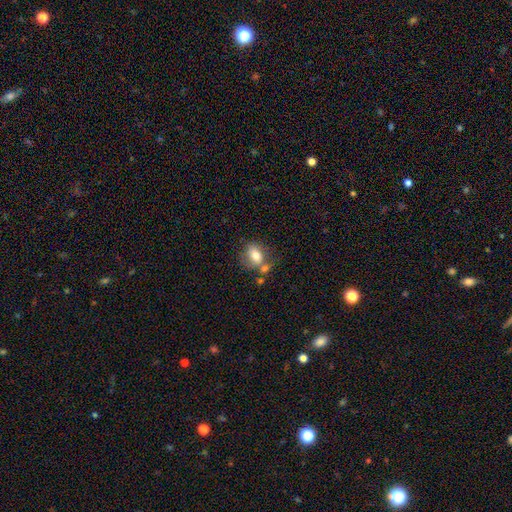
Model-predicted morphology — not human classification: Smooth or featured? smooth (74%)
How rounded? in between (71%)
Merging? none (48%)